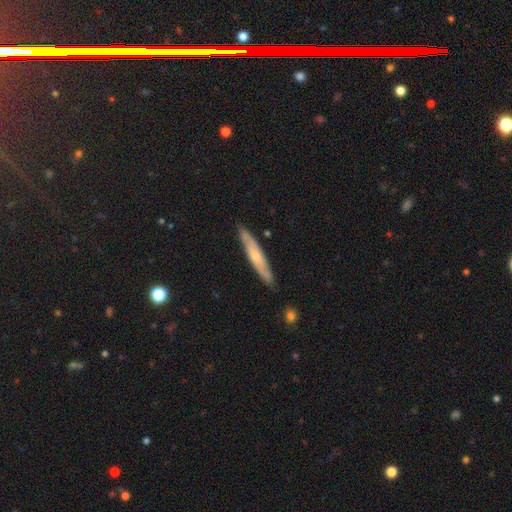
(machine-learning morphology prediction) This is possibly a featured or disk galaxy (48%). Merging: clearly none (86%).